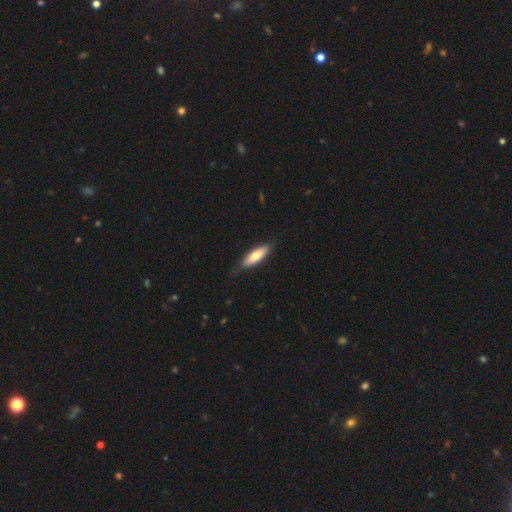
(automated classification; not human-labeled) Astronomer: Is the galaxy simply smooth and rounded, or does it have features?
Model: smooth — 71%.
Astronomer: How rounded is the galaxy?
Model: cigar-shaped — 53% (runner-up: in between, 45%).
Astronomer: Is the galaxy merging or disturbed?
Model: none — 77%.